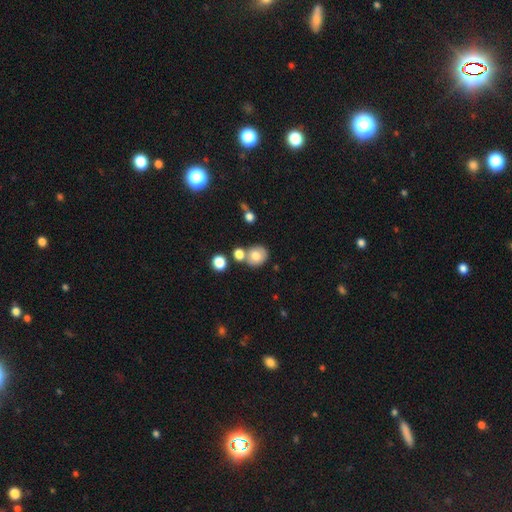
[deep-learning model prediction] Smooth or featured? smooth (72%)
How rounded? round (74%)
Merging? none (56%)